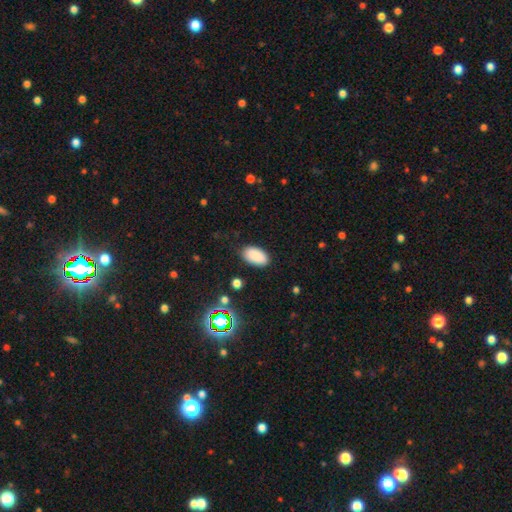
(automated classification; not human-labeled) A smooth galaxy with no disk features (86%) that is in between round and cigar-shaped (95%). Merging: none (85%).